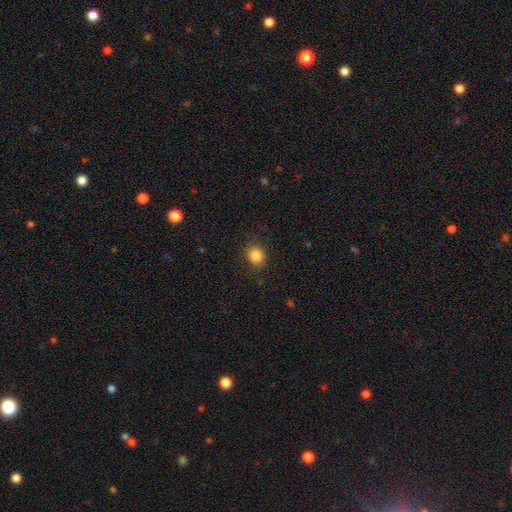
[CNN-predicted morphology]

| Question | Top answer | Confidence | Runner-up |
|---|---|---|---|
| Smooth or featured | smooth | 85% | star or artifact (10%) |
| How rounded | round | 69% | in between (30%) |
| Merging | none | 86% | minor disturbance (10%) |